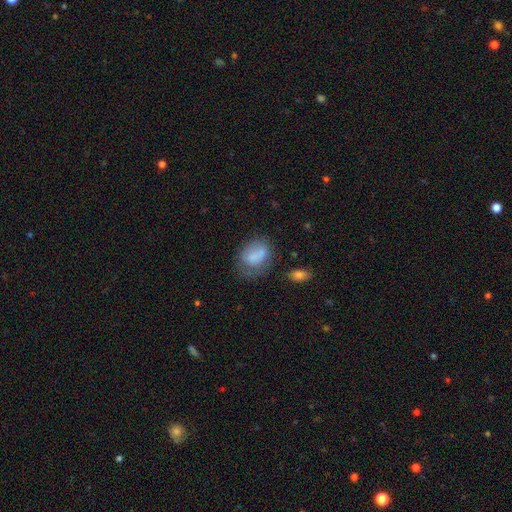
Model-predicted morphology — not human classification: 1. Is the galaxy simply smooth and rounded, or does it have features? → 71% smooth, 20% featured or disk, 9% star or artifact.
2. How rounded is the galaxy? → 68% in between, 31% round, 2% cigar-shaped.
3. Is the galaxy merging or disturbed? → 42% none, 27% minor disturbance, 20% major disturbance, 11% merger.